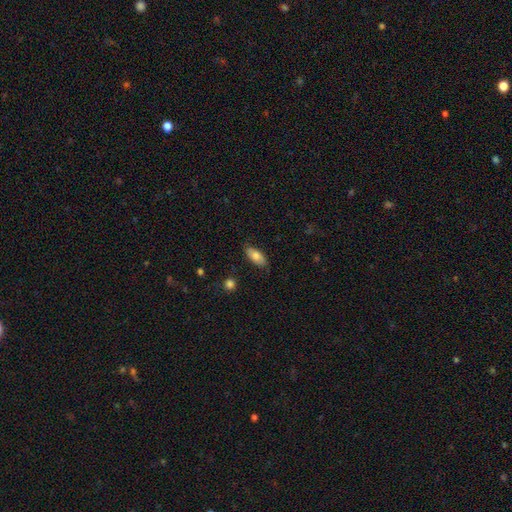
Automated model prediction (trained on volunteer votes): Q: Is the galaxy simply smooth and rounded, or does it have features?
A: smooth — 78%.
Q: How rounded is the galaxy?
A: in between — 88%.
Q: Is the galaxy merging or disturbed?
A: none — 82%.